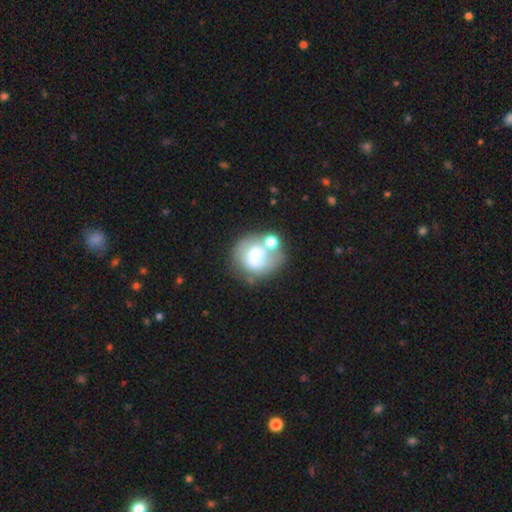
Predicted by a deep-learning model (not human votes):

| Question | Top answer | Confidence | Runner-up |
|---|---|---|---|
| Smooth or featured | smooth | 54% | featured or disk (36%) |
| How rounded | round | 73% | in between (26%) |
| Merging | none | 41% | merger (30%) |